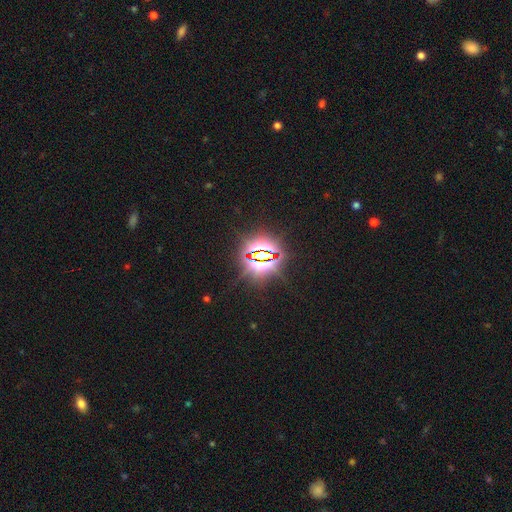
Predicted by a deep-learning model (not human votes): A star or artifact, not a galaxy (82%).

Vote fractions:
- Smooth or featured? star or artifact: 82% / smooth: 10% / featured or disk: 7%